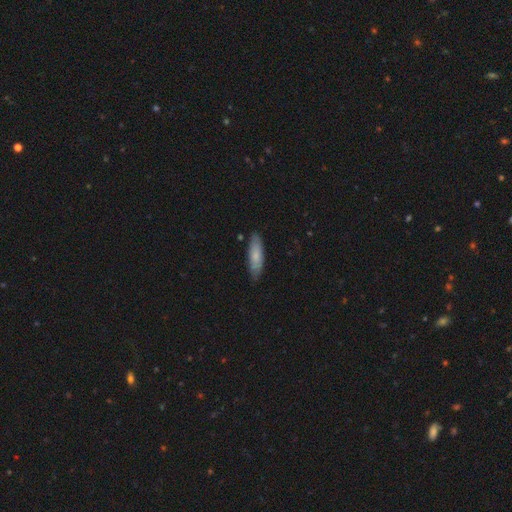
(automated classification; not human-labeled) Smooth or featured?
  - smooth: 74% *
  - featured or disk: 20%
  - star or artifact: 6%
How rounded?
  - cigar-shaped: 56% *
  - in between: 42%
  - round: 2%
Merging?
  - none: 83% *
  - minor disturbance: 14%
  - major disturbance: 2%
  - merger: 1%